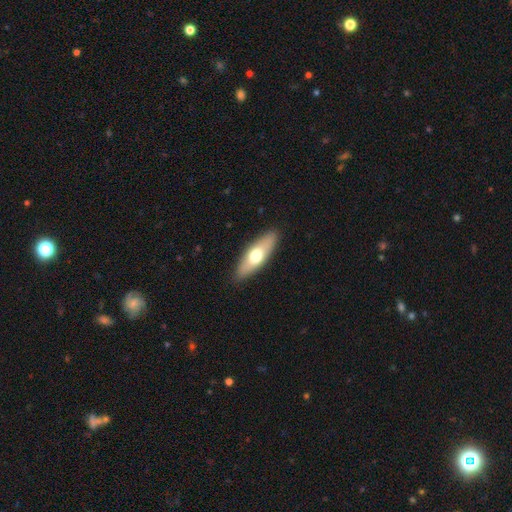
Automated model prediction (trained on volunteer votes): This appears to be a smooth galaxy with no disk features (60%) that is in between round and cigar-shaped (56%). Merging: none (89%).